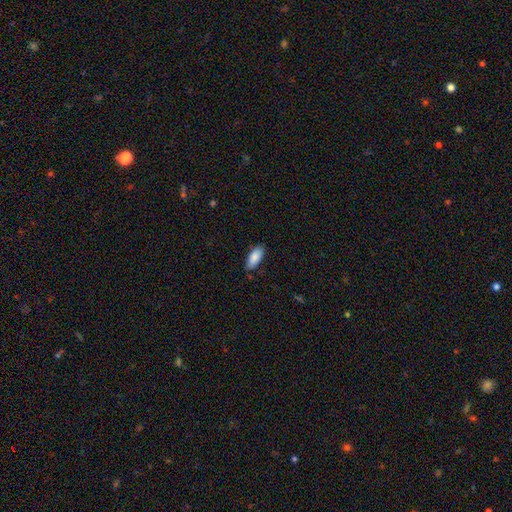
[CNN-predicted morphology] smooth-or-featured: smooth: 88% | featured or disk: 6% | star or artifact: 6%
  how-rounded: in between: 85% | cigar-shaped: 14% | round: 2%
  merging: none: 83% | minor disturbance: 13% | major disturbance: 2% | merger: 1%